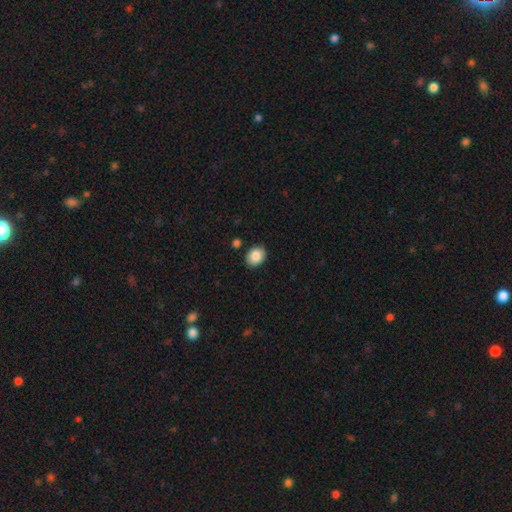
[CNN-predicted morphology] smooth_or_featured: smooth (p=0.86) [alt: star or artifact p=0.08]
how_rounded: round (p=0.51) [alt: in between p=0.48]
merging: none (p=0.87) [alt: minor disturbance p=0.08]